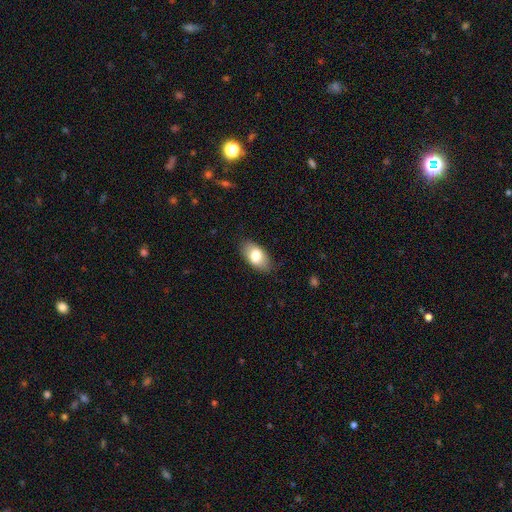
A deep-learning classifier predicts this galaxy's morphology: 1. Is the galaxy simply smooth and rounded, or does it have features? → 78% smooth, 15% featured or disk, 7% star or artifact.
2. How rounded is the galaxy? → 93% in between, 4% round, 2% cigar-shaped.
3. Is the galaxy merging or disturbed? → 82% none, 14% minor disturbance, 3% major disturbance, 1% merger.